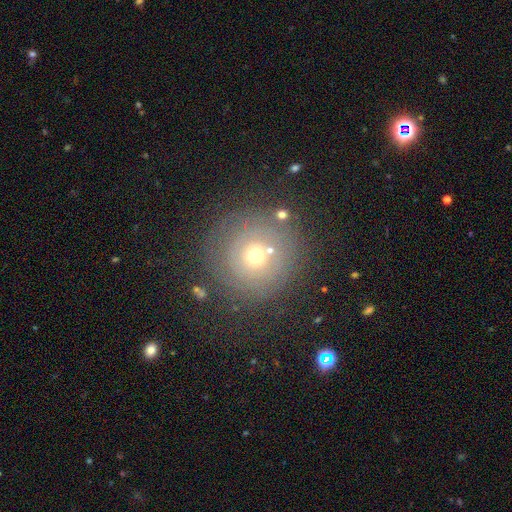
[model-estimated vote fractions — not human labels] smooth-or-featured: smooth: 46% | featured or disk: 36% | star or artifact: 18%
  merging: none: 77% | minor disturbance: 12% | major disturbance: 7% | merger: 5%